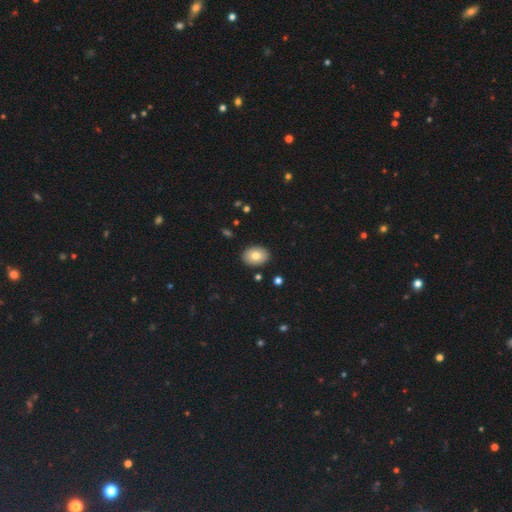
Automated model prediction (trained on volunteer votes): smooth_or_featured: smooth (p=0.78) [alt: featured or disk p=0.14]
how_rounded: in between (p=0.69) [alt: round p=0.30]
merging: none (p=0.89) [alt: minor disturbance p=0.07]